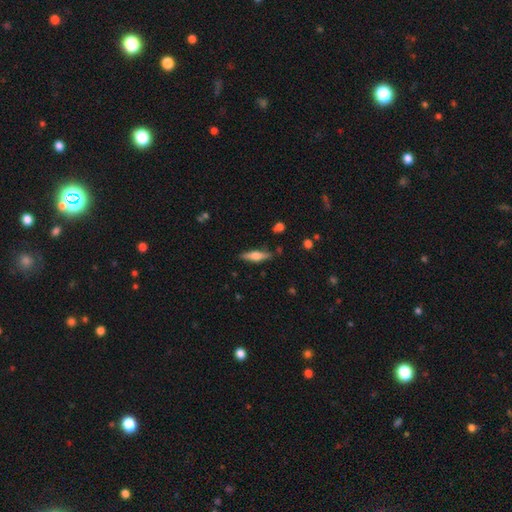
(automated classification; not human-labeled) smooth_or_featured: smooth (p=0.52) [alt: featured or disk p=0.42]
how_rounded: cigar-shaped (p=0.64) [alt: in between p=0.34]
merging: none (p=0.83) [alt: minor disturbance p=0.12]